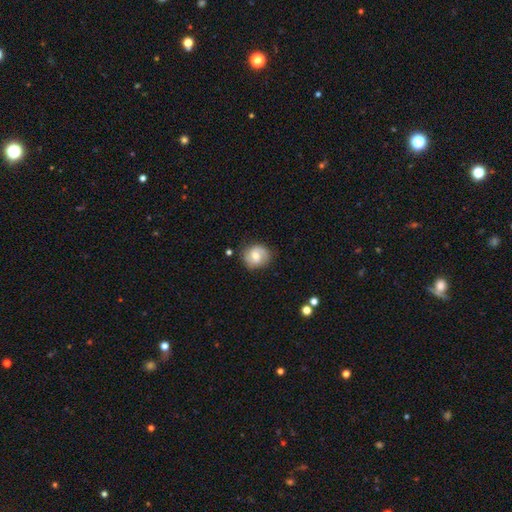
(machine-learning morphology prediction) This is possibly a smooth galaxy (53%). How rounded: clearly round (81%). Merging: likely none (77%).